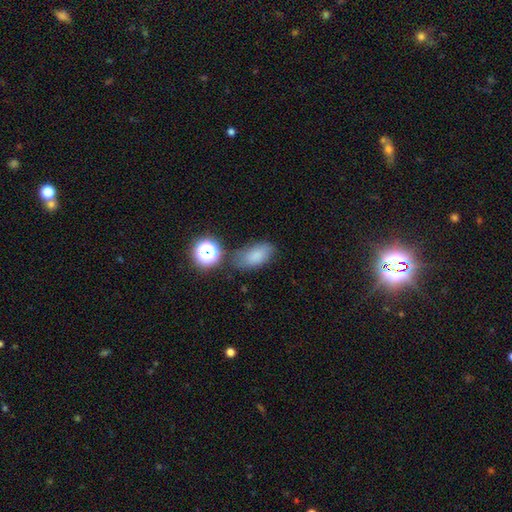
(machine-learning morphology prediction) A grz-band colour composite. It shows a smooth galaxy with no disk features (77%) that is in between round and cigar-shaped (88%). Merging: none (67%).